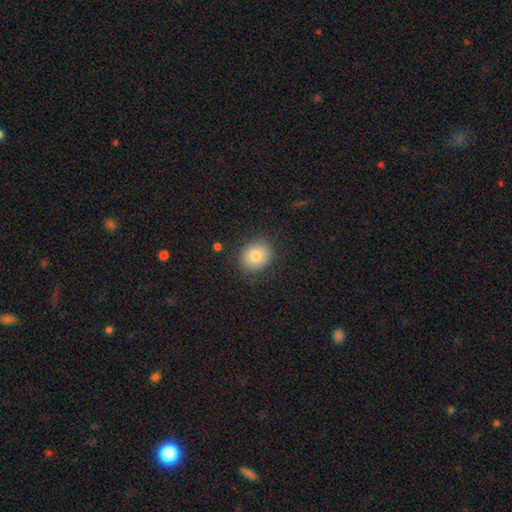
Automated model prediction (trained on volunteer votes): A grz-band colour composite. It shows a smooth galaxy with no disk features (83%) that is round (67%). Merging: none (85%).